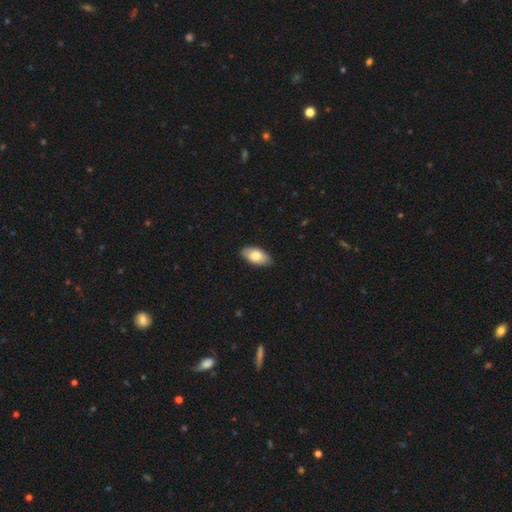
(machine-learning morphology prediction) A smooth galaxy with no disk features (80%) that is in between round and cigar-shaped (94%). Merging: none (87%).